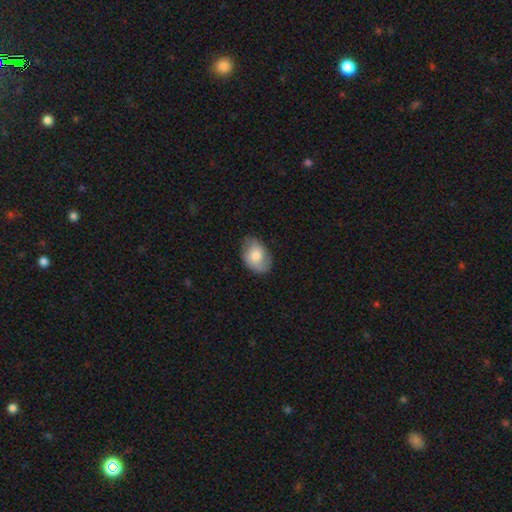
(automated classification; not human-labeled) Smooth or featured? Predicted: smooth (p=0.67). How rounded? Predicted: in between (p=0.79). Merging? Predicted: none (p=0.73).